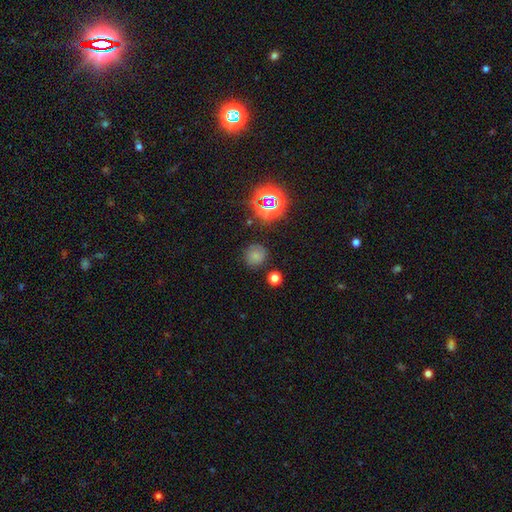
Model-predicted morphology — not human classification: Overall: smooth (68%). How rounded: round (90%). Merging: none (82%).